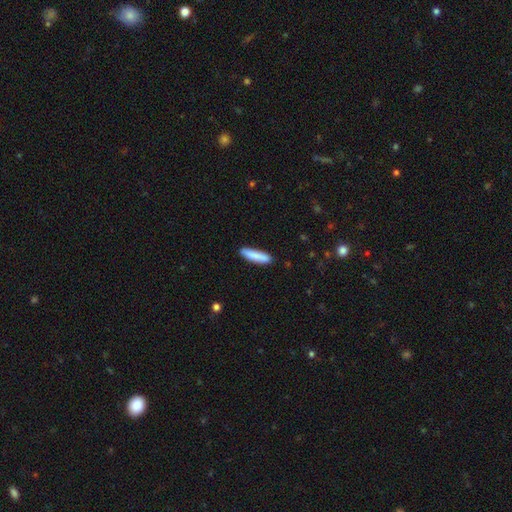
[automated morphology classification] smooth_or_featured: smooth (p=0.87) [alt: featured or disk p=0.07]
how_rounded: cigar-shaped (p=0.77) [alt: in between p=0.22]
merging: none (p=0.88) [alt: minor disturbance p=0.09]